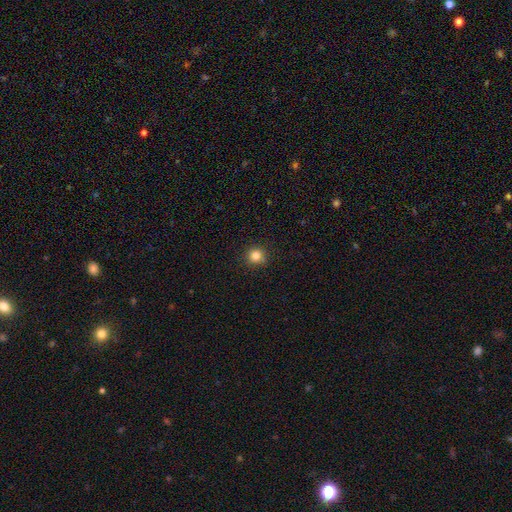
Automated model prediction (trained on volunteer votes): Smooth or featured? smooth (83%)
How rounded? round (93%)
Merging? none (89%)